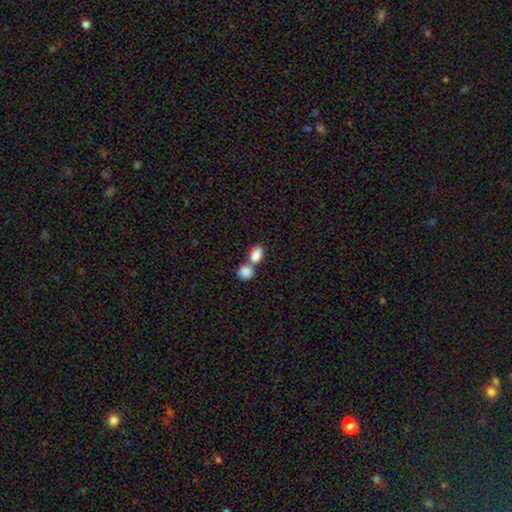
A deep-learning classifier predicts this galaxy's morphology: smooth_or_featured: smooth (p=0.86) [alt: star or artifact p=0.08]
how_rounded: in between (p=0.77) [alt: round p=0.21]
merging: merger (p=0.53) [alt: none p=0.37]